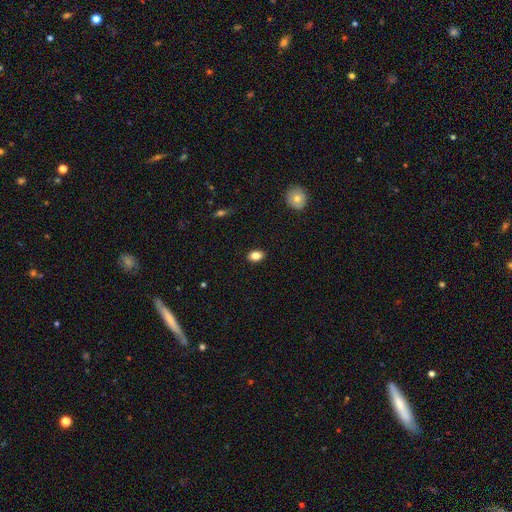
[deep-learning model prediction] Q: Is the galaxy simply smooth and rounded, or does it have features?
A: smooth — 83%.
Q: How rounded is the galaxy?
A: in between — 82%.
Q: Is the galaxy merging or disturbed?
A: none — 88%.